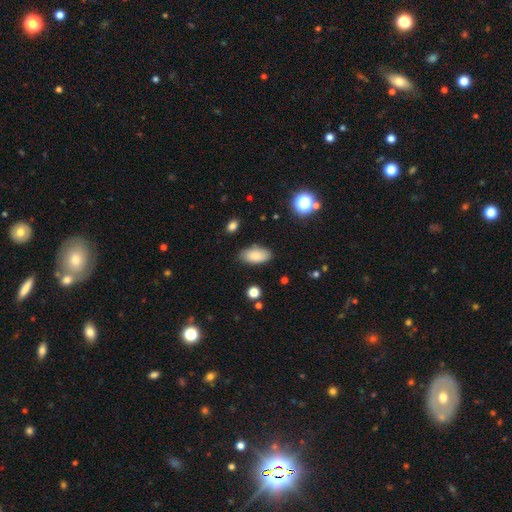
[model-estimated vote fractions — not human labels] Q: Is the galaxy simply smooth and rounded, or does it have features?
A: smooth — 83%.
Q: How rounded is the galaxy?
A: in between — 93%.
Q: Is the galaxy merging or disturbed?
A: none — 83%.